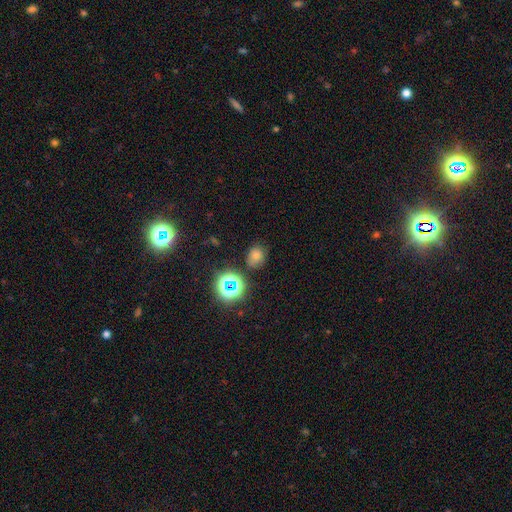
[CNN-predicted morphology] Smooth or featured? Predicted: smooth (p=0.56). How rounded? Predicted: round (p=0.69). Merging? Predicted: none (p=0.81).